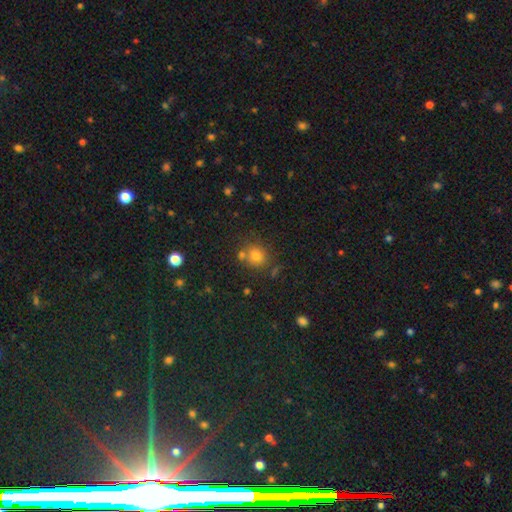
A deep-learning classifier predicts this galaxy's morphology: Smooth or featured? Predicted: smooth (p=0.74). How rounded? Predicted: round (p=0.82). Merging? Predicted: none (p=0.71).